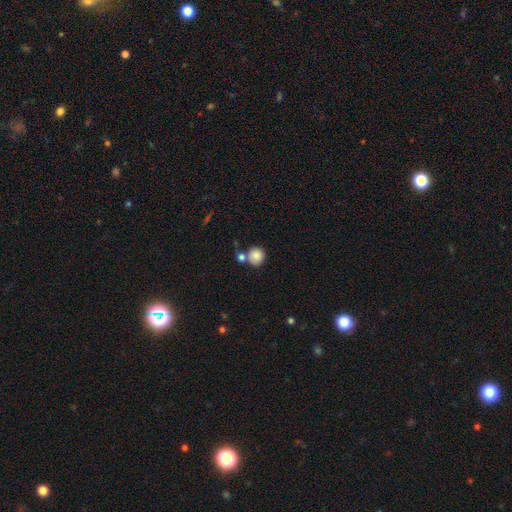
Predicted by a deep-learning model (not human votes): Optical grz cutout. It shows a smooth galaxy with no disk features (85%) that is round (88%). Merging: none (60%).